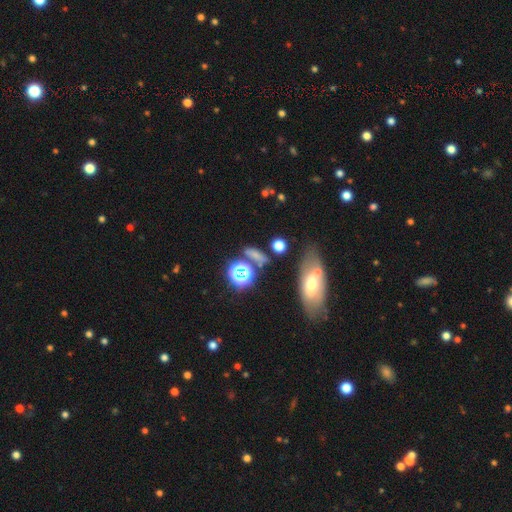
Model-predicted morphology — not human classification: type=smooth (60%); roundness=in between (42%); merging=none (70%).